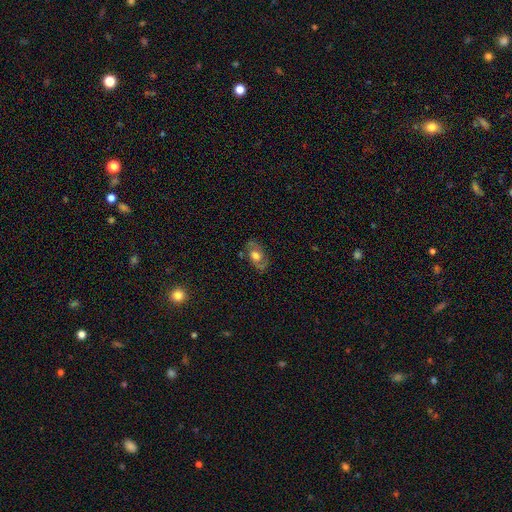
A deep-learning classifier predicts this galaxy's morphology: Smooth or featured? featured or disk (61%)
Edge-on disk? no (93%)
Bar? no (68%)
Spiral arms? yes (71%)
Bulge size? moderate (48%)
Merging? none (76%)